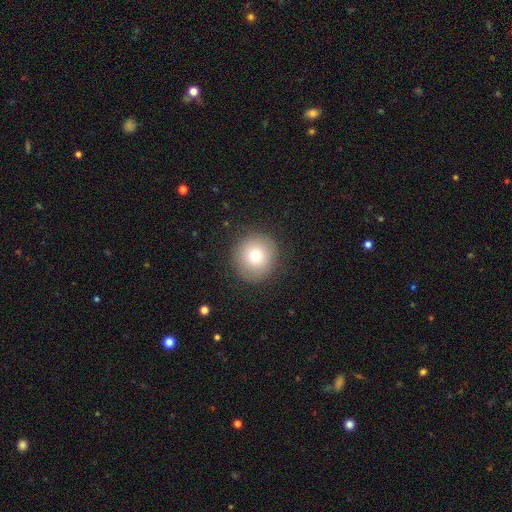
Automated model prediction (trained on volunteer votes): Morphology: type=smooth (76%); roundness=round (95%); merging=none (88%).